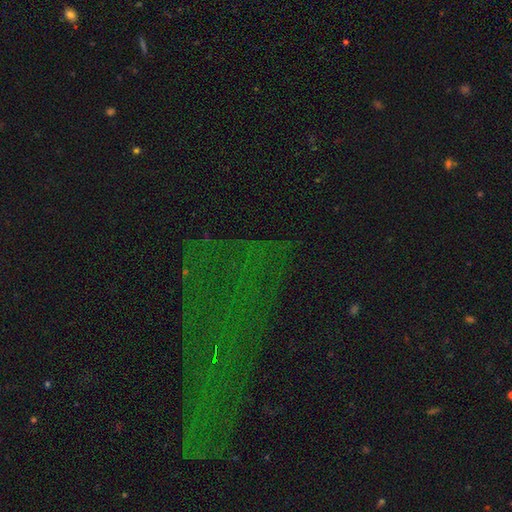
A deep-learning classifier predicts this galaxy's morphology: Smooth or featured: star or artifact — 77% (featured or disk — 12%)